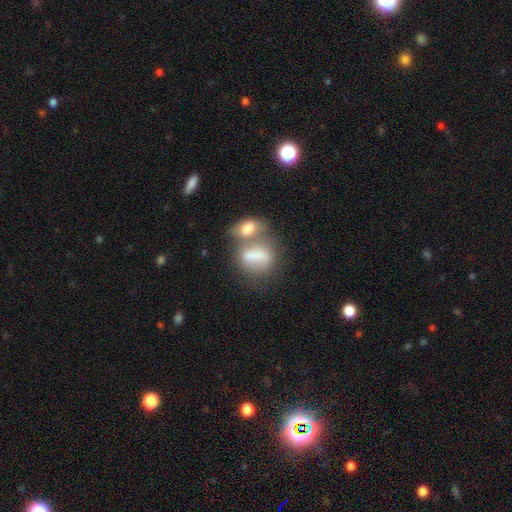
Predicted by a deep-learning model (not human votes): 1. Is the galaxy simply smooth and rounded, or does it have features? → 68% smooth, 23% featured or disk, 9% star or artifact.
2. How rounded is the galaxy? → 71% in between, 23% round, 6% cigar-shaped.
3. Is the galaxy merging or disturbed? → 59% merger, 20% none, 11% minor disturbance, 11% major disturbance.